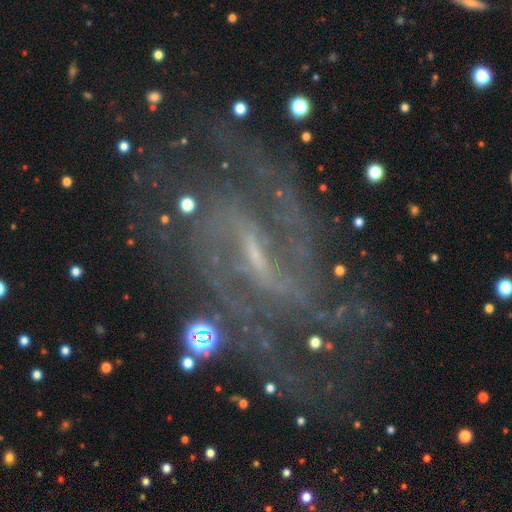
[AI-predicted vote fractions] This appears to be a featured or disk galaxy (85%) with a weak bar (44%), 2 (55%) medium (45%) spiral arms (95%) and a small central bulge (62%). Merging: none (69%).